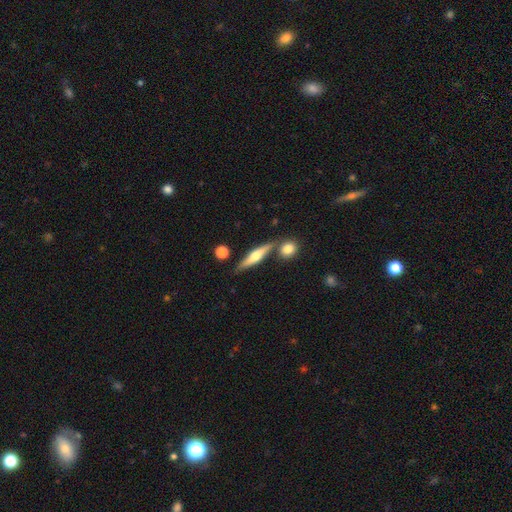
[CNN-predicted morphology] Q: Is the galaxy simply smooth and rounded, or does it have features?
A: featured or disk — 56%.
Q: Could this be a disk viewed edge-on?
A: yes — 93%.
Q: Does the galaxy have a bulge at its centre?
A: rounded — 89%.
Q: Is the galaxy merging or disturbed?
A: none — 72%.